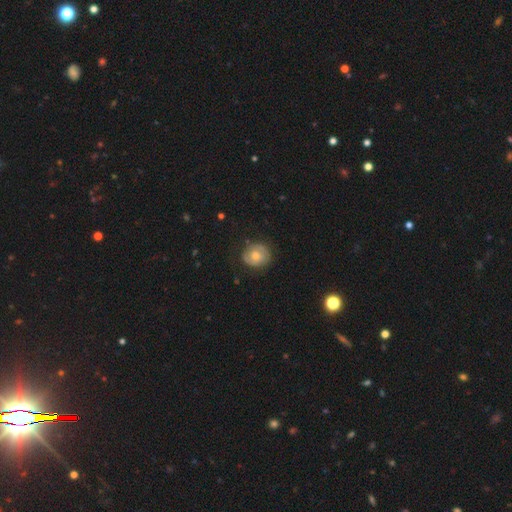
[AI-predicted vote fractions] Smooth or featured?
  - smooth: 46% *
  - featured or disk: 45%
  - star or artifact: 9%
Merging?
  - none: 79% *
  - minor disturbance: 16%
  - major disturbance: 4%
  - merger: 1%